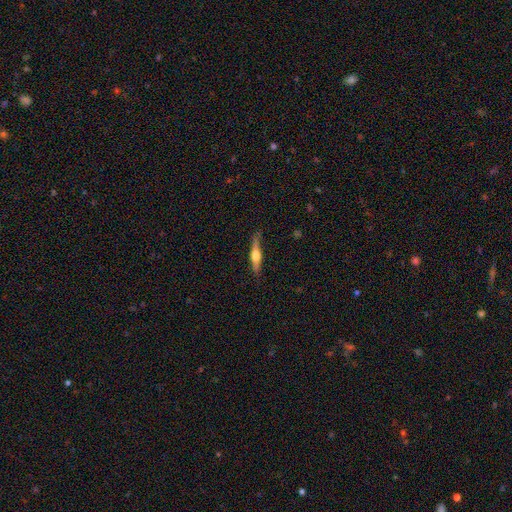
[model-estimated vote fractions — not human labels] Smooth or featured? Predicted: featured or disk (p=0.55). Edge-on disk? Predicted: yes (p=0.95). Edge-on bulge? Predicted: rounded (p=0.90). Merging? Predicted: none (p=0.78).